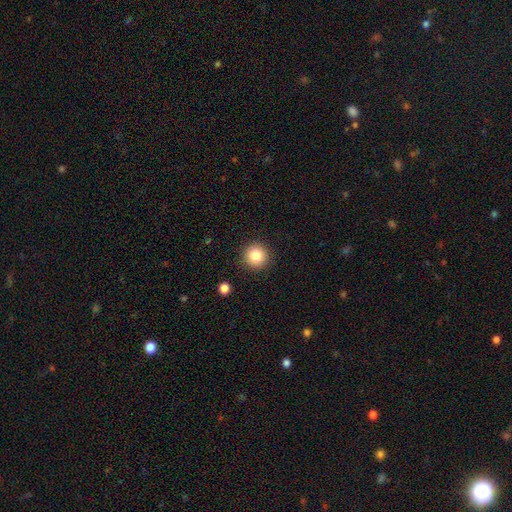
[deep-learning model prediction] This appears to be a smooth galaxy with no disk features (84%) that is round (95%). Merging: none (91%).